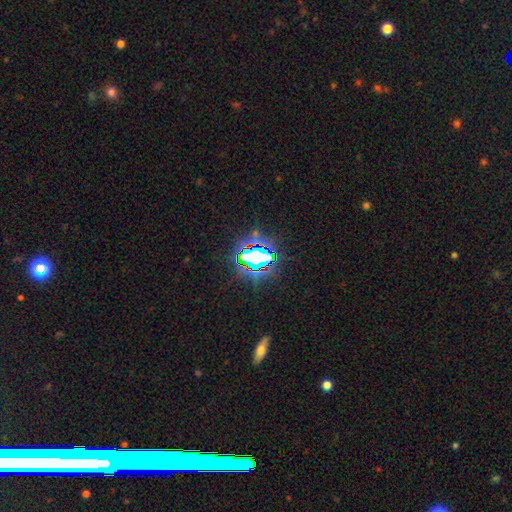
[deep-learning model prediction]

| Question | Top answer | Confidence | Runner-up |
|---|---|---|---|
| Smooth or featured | star or artifact | 74% | smooth (15%) |